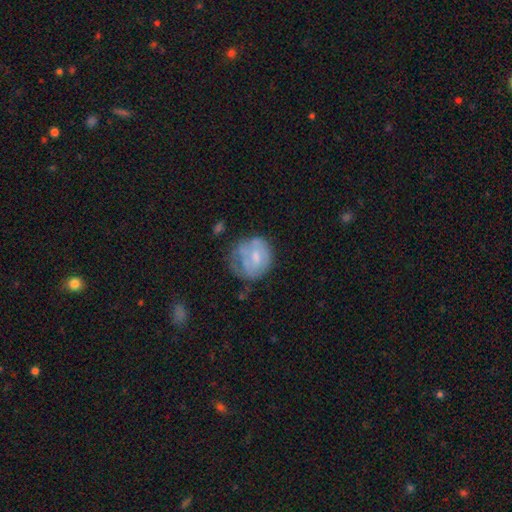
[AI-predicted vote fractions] Overall: smooth (47%; featured or disk 46%). Merging: none (47%; minor disturbance 29%).